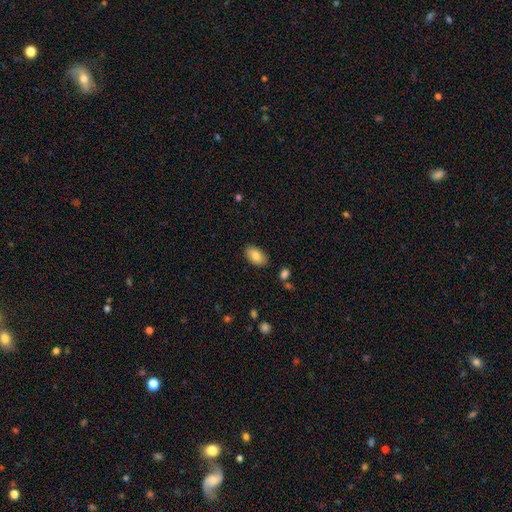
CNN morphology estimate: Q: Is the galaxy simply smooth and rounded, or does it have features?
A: smooth — 83%.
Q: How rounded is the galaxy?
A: in between — 94%.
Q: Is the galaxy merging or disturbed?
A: none — 86%.